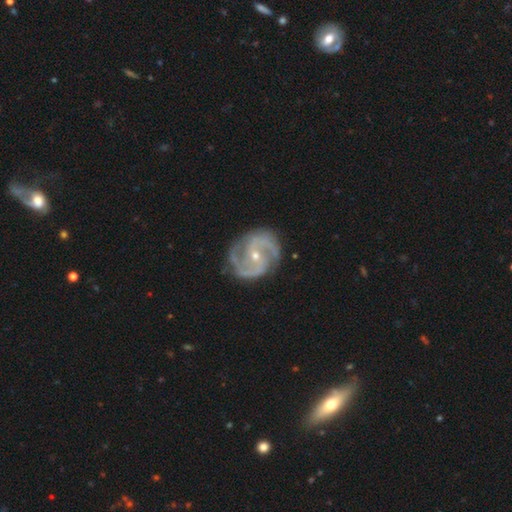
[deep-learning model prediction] This appears to be a featured or disk galaxy (91%) with no bar (47%), 2 (78%) medium (56%) spiral arms (98%) and a small central bulge (67%). Merging: none (79%).